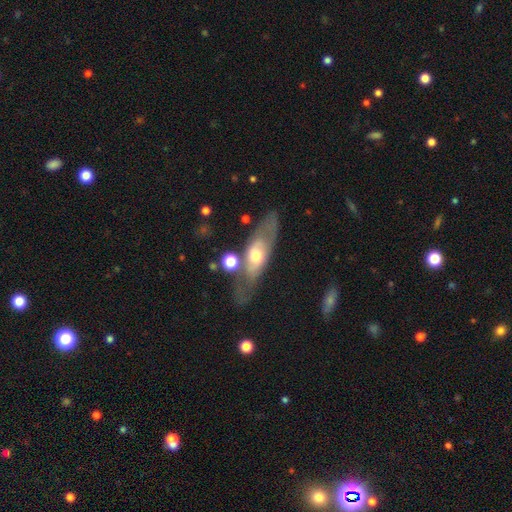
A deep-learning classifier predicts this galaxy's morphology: Smooth or featured?
  - featured or disk: 60% *
  - smooth: 34%
  - star or artifact: 7%
Edge-on disk?
  - no: 62% *
  - yes: 38%
Merging?
  - none: 64% *
  - minor disturbance: 19%
  - major disturbance: 10%
  - merger: 8%